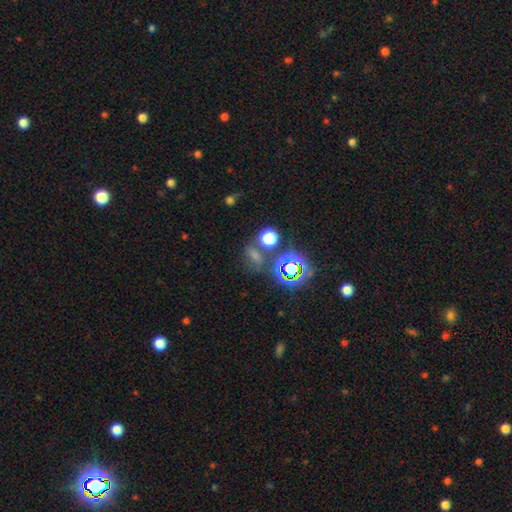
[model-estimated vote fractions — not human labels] The model was most divided on "smooth or featured": star or artifact: 66%, smooth: 23%, featured or disk: 11%.